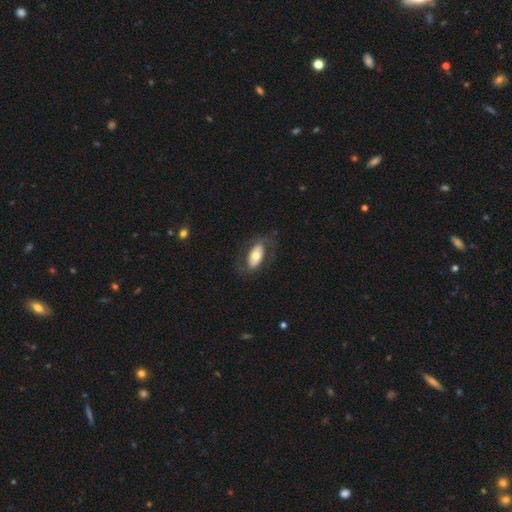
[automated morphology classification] A smooth galaxy with no disk features (53%) that is in between round and cigar-shaped (91%).

Vote fractions:
- Smooth or featured? smooth: 53% / featured or disk: 42% / star or artifact: 6%
- How rounded? in between: 91% / round: 5% / cigar-shaped: 4%
- Merging? none: 71% / minor disturbance: 16% / major disturbance: 12% / merger: 1%